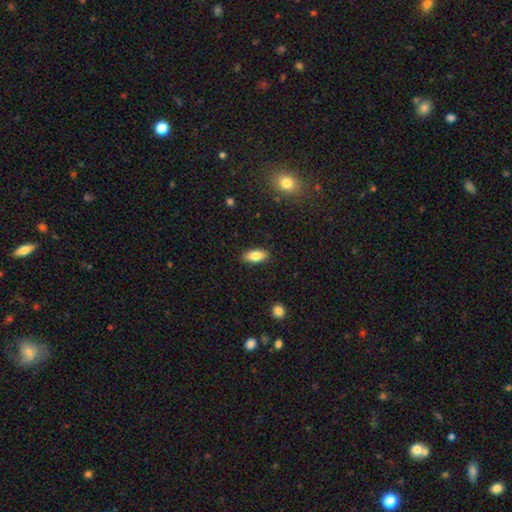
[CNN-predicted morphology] type=smooth (82%); roundness=in between (85%); merging=none (88%).